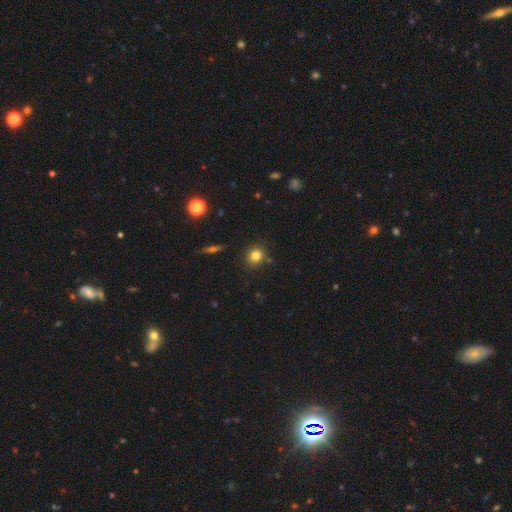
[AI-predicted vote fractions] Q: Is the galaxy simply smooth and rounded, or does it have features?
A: smooth — 81%.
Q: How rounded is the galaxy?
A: round — 78%.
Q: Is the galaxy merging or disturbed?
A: none — 86%.